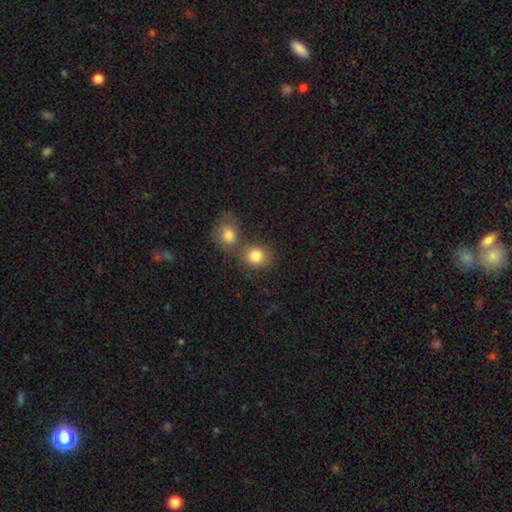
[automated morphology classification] The model was most divided on "merging": none: 45%, merger: 43%, minor disturbance: 9%, major disturbance: 4%. More confident: smooth or featured — smooth (82%); how rounded — round (74%).